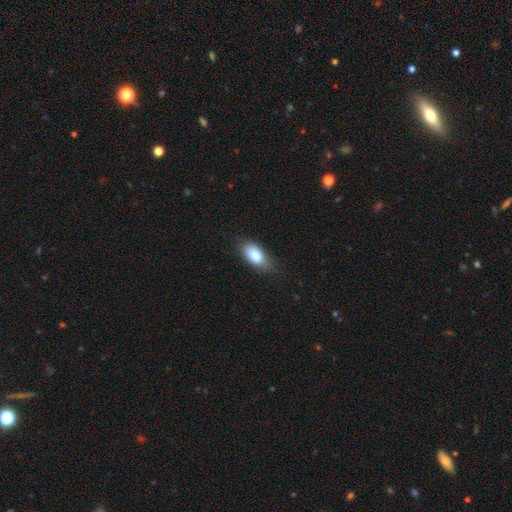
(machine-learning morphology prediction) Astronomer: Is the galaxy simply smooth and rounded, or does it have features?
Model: smooth — 83%.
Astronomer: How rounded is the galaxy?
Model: in between — 88%.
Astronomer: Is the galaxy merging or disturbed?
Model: none — 78%.